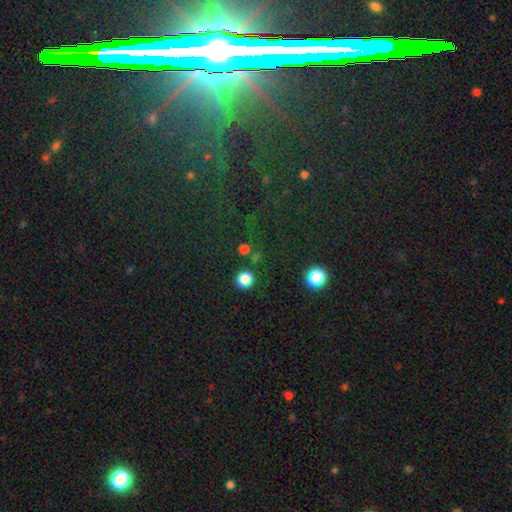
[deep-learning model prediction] A star or artifact, not a galaxy (55%).

Vote fractions:
- Smooth or featured? star or artifact: 55% / smooth: 35% / featured or disk: 9%